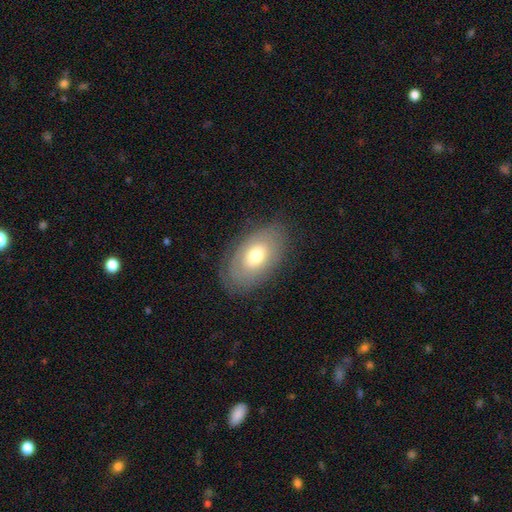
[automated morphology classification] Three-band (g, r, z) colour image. It shows a smooth galaxy with no disk features (57%) that is in between round and cigar-shaped (90%). Merging: none (80%).